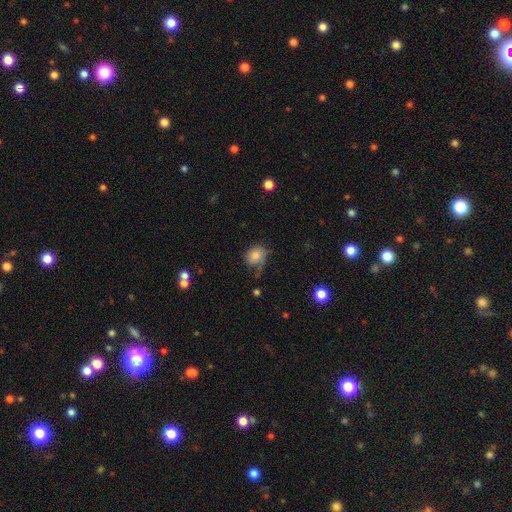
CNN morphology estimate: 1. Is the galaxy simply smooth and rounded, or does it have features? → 74% smooth, 16% featured or disk, 10% star or artifact.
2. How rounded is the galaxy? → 68% round, 31% in between, 1% cigar-shaped.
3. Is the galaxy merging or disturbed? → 52% none, 29% minor disturbance, 15% major disturbance, 4% merger.